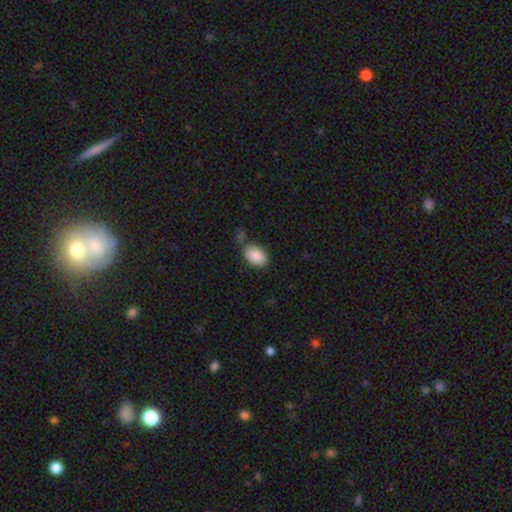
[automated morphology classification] Smooth or featured? smooth (89%)
How rounded? in between (90%)
Merging? none (67%)